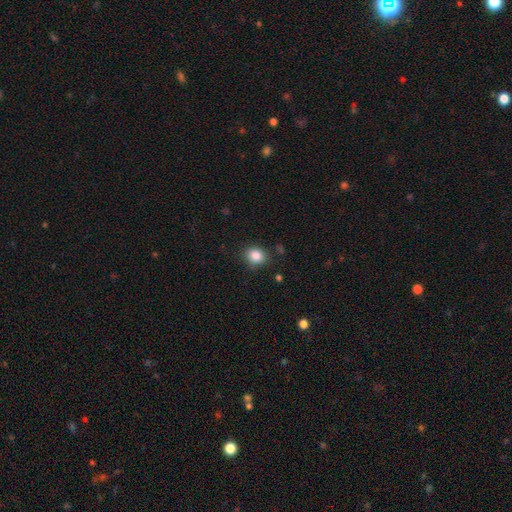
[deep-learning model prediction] A smooth galaxy with no disk features (85%) that is round (59%).

Vote fractions:
- Smooth or featured? smooth: 85% / star or artifact: 10% / featured or disk: 5%
- How rounded? round: 59% / in between: 40% / cigar-shaped: 1%
- Merging? none: 83% / minor disturbance: 12% / major disturbance: 3% / merger: 2%